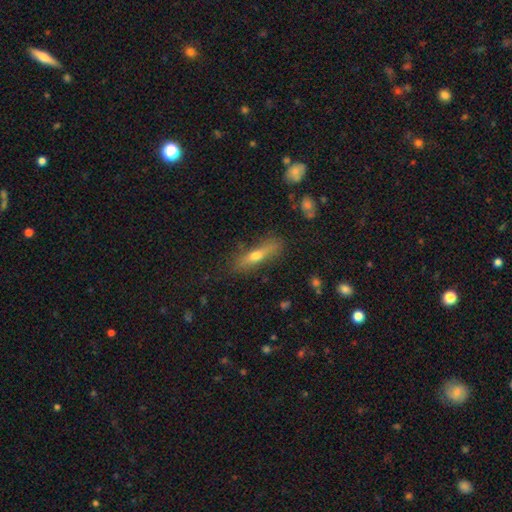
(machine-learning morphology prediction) Smooth or featured: smooth — 53% (featured or disk — 38%)
How rounded: cigar-shaped — 75% (in between — 21%)
Merging: none — 74% (minor disturbance — 18%)